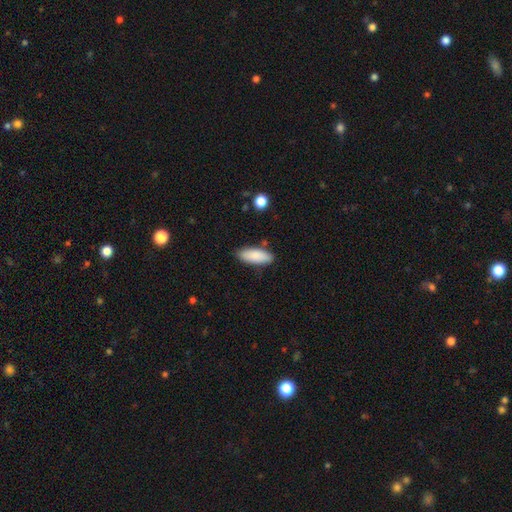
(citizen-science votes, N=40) Morphology: type=smooth (90%); roundness=in between (72%); merging=none (85%).